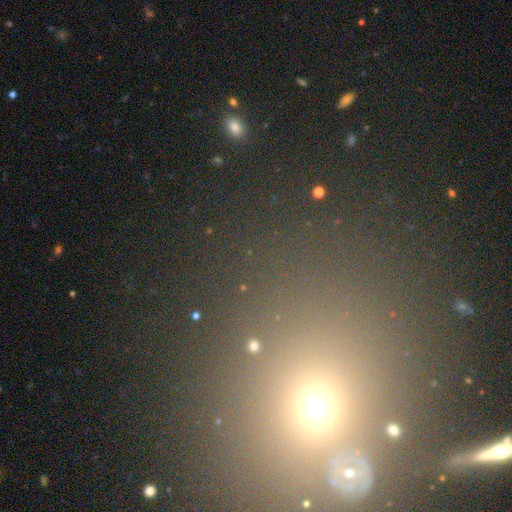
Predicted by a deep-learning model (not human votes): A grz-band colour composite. It shows a star or artifact, not a galaxy (50%).